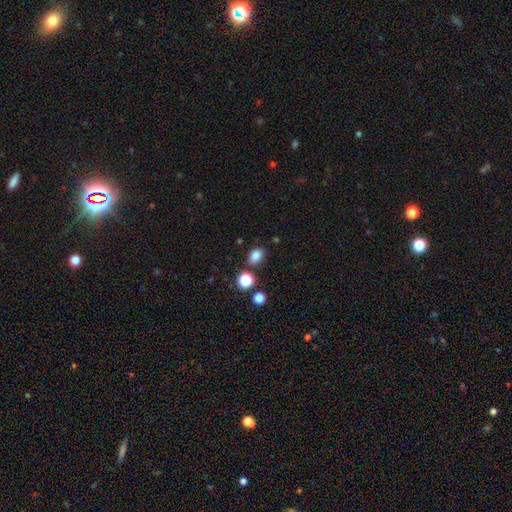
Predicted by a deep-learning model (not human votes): Smooth or featured? Predicted: smooth (p=0.83). How rounded? Predicted: in between (p=0.73). Merging? Predicted: none (p=0.79).